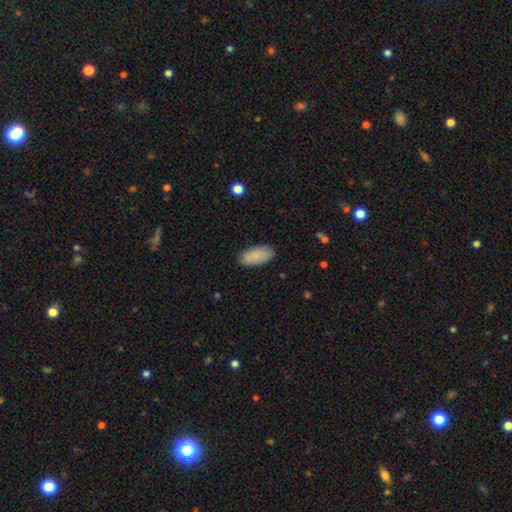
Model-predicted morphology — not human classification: Q: Smooth or featured?
A: smooth (84%); runner-up: featured or disk (9%)
Q: How rounded?
A: in between (92%); runner-up: cigar-shaped (5%)
Q: Merging?
A: none (83%); runner-up: minor disturbance (13%)